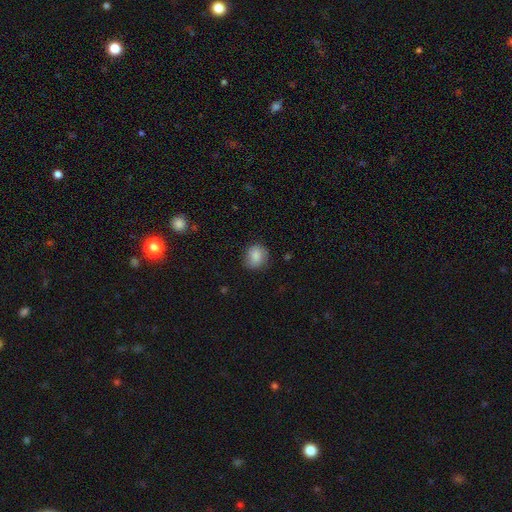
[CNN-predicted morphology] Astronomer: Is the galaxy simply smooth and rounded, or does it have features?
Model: smooth — 85%.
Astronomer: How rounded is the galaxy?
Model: round — 74%.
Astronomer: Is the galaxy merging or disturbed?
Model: none — 78%.